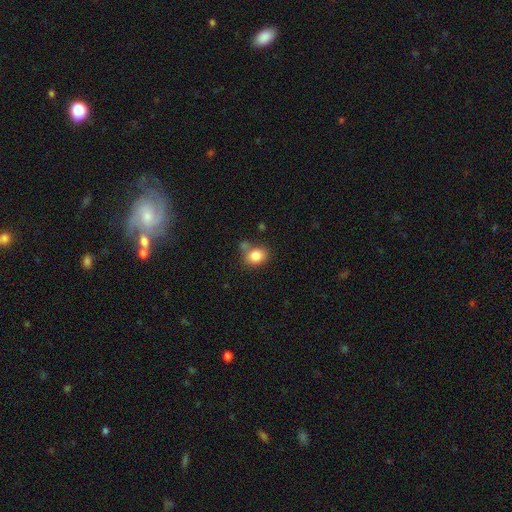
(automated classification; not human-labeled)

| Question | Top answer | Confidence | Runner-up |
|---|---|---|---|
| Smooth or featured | smooth | 84% | star or artifact (9%) |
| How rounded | in between | 50% | round (49%) |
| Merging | none | 60% | minor disturbance (17%) |